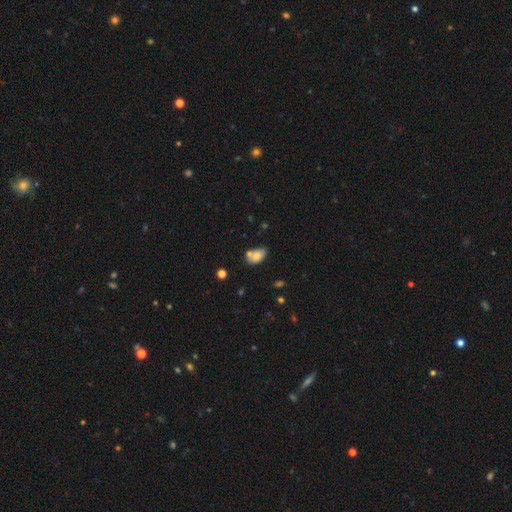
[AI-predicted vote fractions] This is likely a smooth galaxy (76%). How rounded: clearly in between (89%). Merging: possibly none (49%).